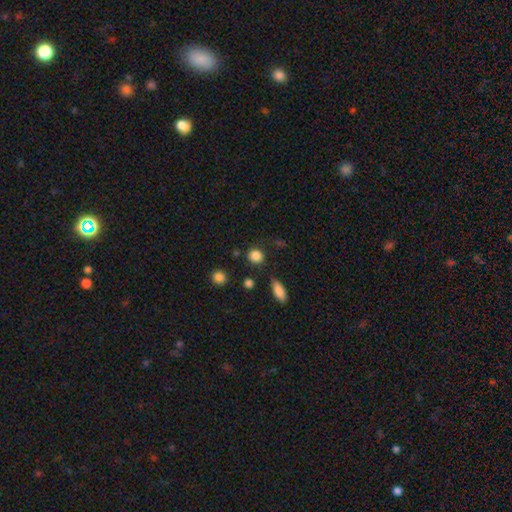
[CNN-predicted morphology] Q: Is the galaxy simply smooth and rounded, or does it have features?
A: smooth — 86%.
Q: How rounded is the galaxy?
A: round — 83%.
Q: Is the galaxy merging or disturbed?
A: none — 82%.